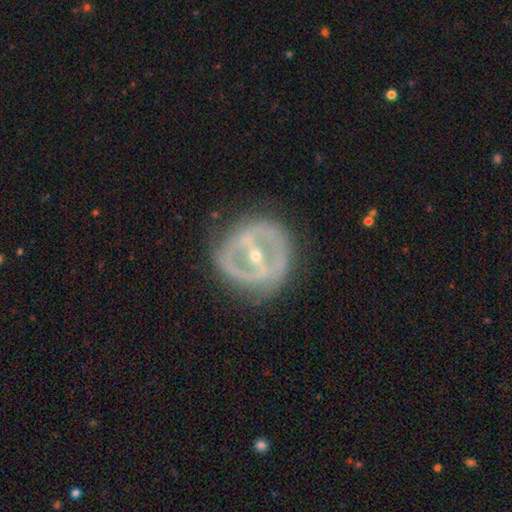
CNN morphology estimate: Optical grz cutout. It shows a featured or disk galaxy (83%) with a strong bar (69%), no spiral arms (57%) and a small central bulge (59%). Merging: none (74%).